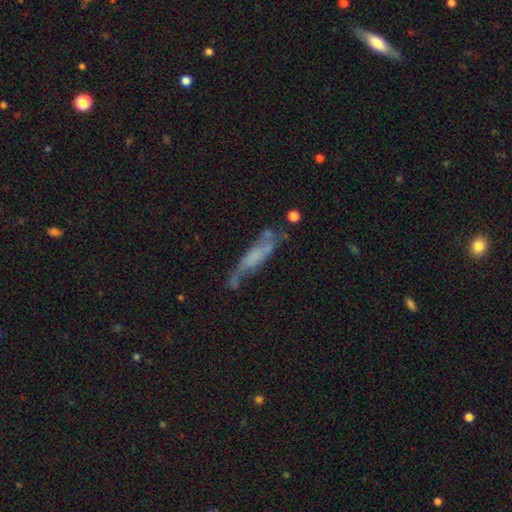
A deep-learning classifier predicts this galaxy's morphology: This is possibly a featured or disk galaxy (48%). Merging: marginally none (40%).